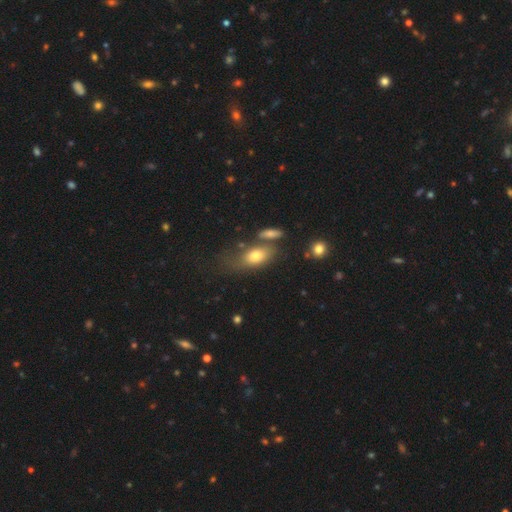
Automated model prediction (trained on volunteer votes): Smooth or featured?
  - smooth: 73% *
  - featured or disk: 17%
  - star or artifact: 10%
How rounded?
  - in between: 82% *
  - round: 10%
  - cigar-shaped: 8%
Merging?
  - none: 49% *
  - merger: 21%
  - minor disturbance: 19%
  - major disturbance: 12%